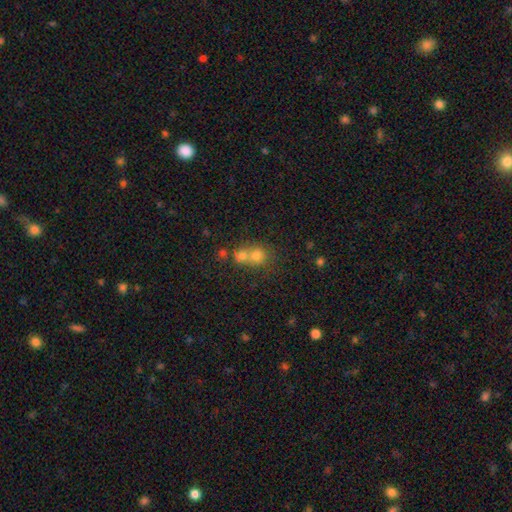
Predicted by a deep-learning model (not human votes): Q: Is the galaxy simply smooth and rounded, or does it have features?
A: smooth — 67%.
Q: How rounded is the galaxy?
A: round — 79%.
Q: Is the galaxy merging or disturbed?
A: merger — 60%.